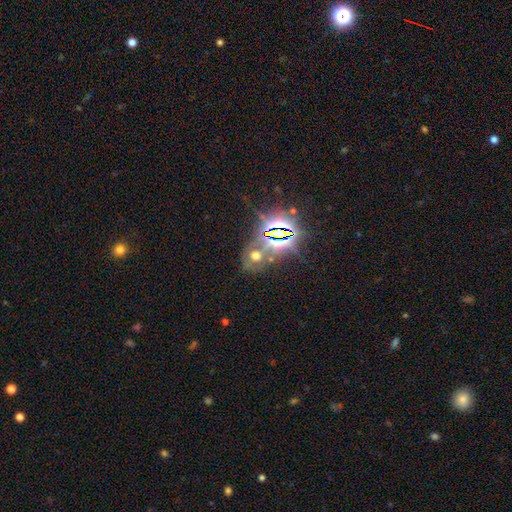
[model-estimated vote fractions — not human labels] This is possibly a star or artifact rather than a galaxy (49%).